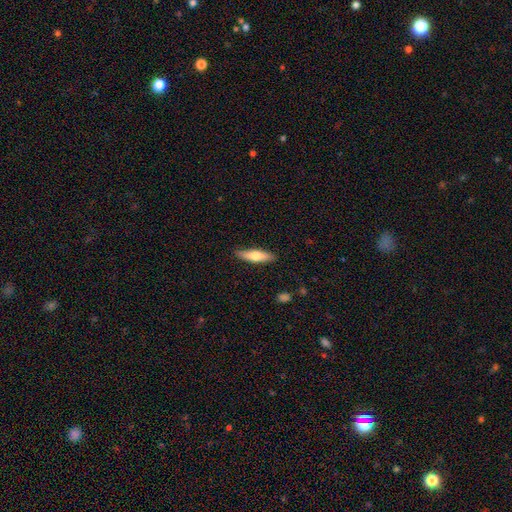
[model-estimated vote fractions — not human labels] The model was most divided on "how rounded": cigar-shaped: 60%, in between: 38%, round: 2%. More confident: merging — none (87%); smooth or featured — smooth (61%).